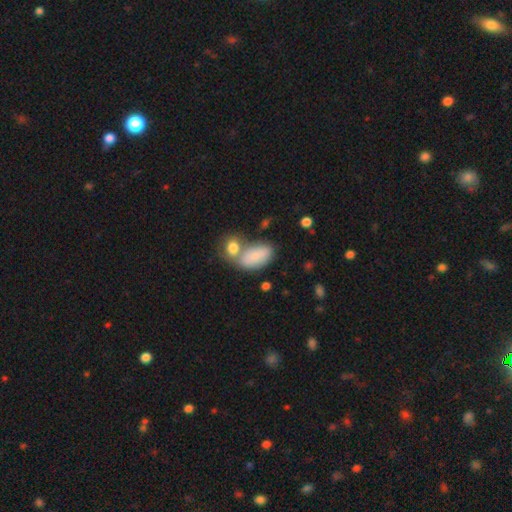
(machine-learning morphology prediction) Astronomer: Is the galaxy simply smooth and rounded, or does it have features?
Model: smooth — 79%.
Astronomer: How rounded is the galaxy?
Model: in between — 91%.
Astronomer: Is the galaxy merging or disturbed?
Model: merger — 44% (runner-up: none, 38%).